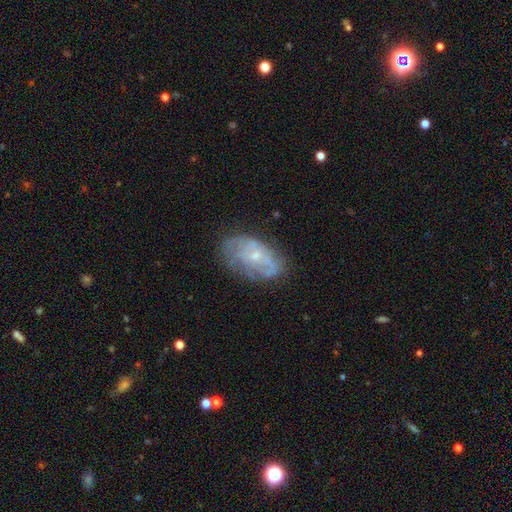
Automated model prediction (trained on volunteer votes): Q: Smooth or featured?
A: featured or disk (63%); runner-up: smooth (29%)
Q: Edge-on disk?
A: no (95%); runner-up: yes (5%)
Q: Bar?
A: no (75%); runner-up: weak (22%)
Q: Spiral arms?
A: yes (56%); runner-up: no (44%)
Q: Bulge size?
A: small (65%); runner-up: moderate (28%)
Q: Merging?
A: none (61%); runner-up: minor disturbance (26%)